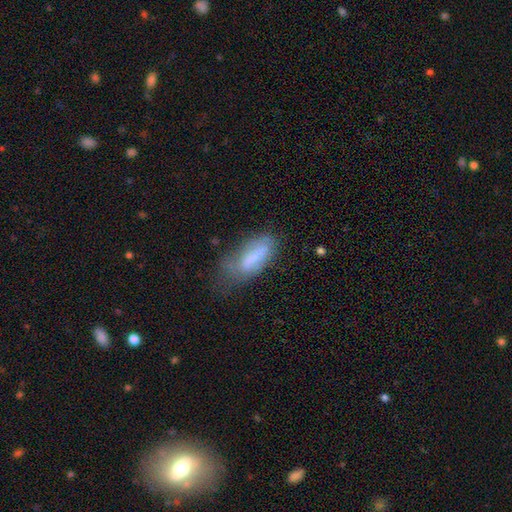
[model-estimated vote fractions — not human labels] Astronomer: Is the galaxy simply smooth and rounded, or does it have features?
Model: smooth — 63%.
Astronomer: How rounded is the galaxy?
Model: in between — 67%.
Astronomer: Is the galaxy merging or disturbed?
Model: none — 41% (runner-up: minor disturbance, 34%).